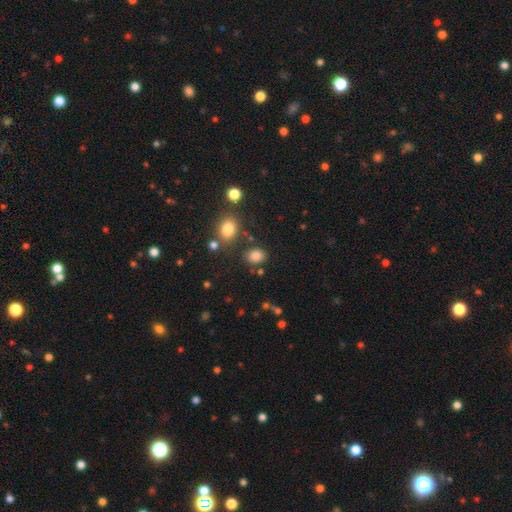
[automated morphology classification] Smooth or featured: smooth — 83% (star or artifact — 12%)
How rounded: in between — 60% (round — 39%)
Merging: none — 78% (minor disturbance — 11%)